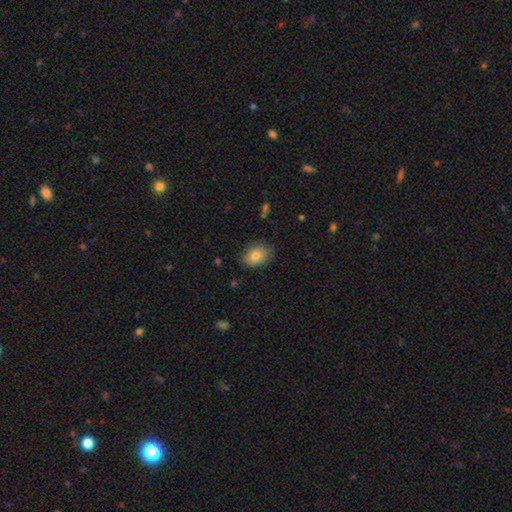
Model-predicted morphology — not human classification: The model was most divided on "how rounded": in between: 75%, round: 24%, cigar-shaped: 1%. More confident: merging — none (75%); smooth or featured — smooth (74%).